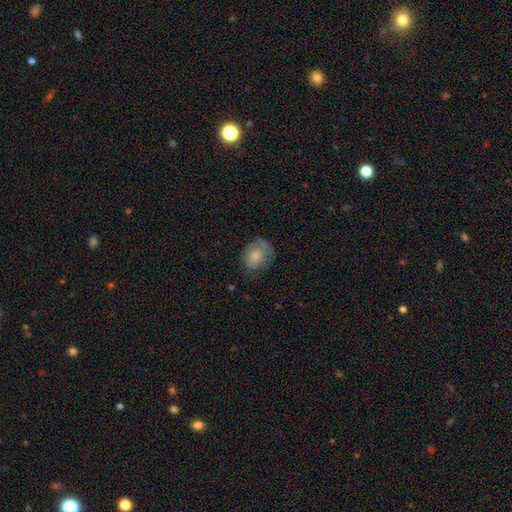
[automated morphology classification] This is likely a smooth galaxy (69%). How rounded: possibly round (52%). Merging: possibly none (57%).